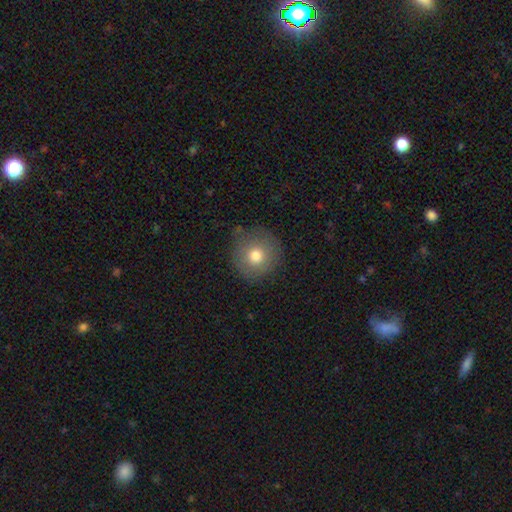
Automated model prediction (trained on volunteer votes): Overall: smooth (76%). How rounded: round (93%). Merging: none (81%).